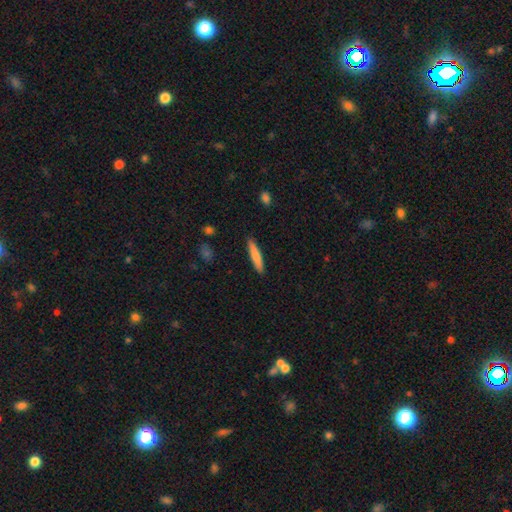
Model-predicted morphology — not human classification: Smooth or featured? smooth (77%)
How rounded? cigar-shaped (91%)
Merging? none (90%)